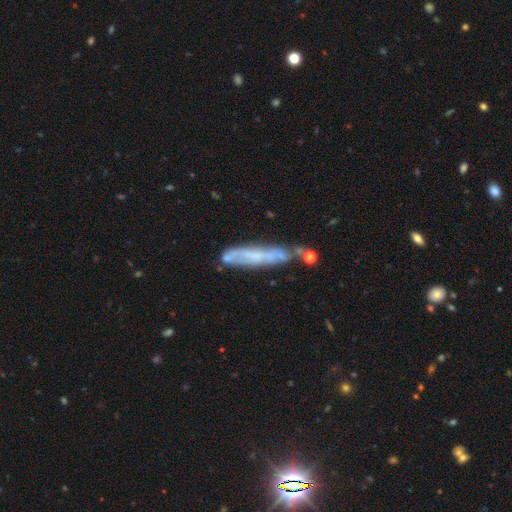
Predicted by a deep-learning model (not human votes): featured or disk 52%, smooth 39%, star or artifact 9%. Down the decision tree: edge-on disk — yes (59%); merging — none (58%).